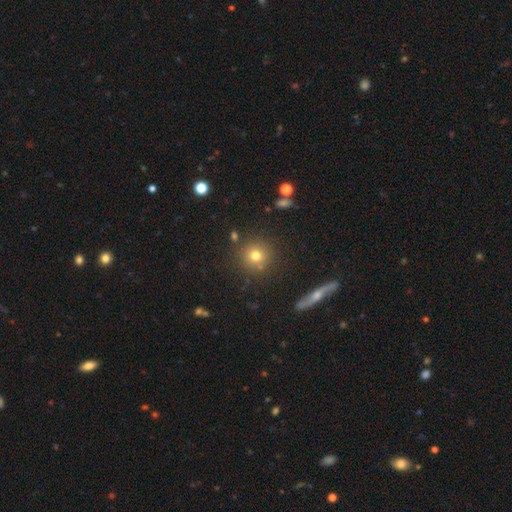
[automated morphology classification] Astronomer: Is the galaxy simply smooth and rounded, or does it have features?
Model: smooth — 75%.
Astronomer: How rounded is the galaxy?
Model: round — 94%.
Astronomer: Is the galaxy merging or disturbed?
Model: none — 85%.